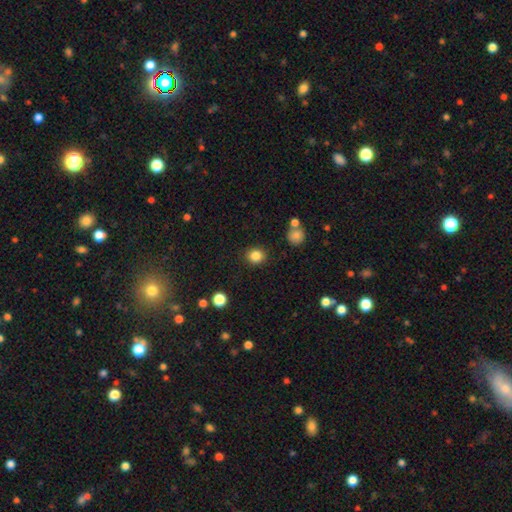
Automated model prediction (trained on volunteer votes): Q: Smooth or featured?
A: smooth (85%); runner-up: star or artifact (11%)
Q: How rounded?
A: round (85%); runner-up: in between (14%)
Q: Merging?
A: none (88%); runner-up: minor disturbance (7%)